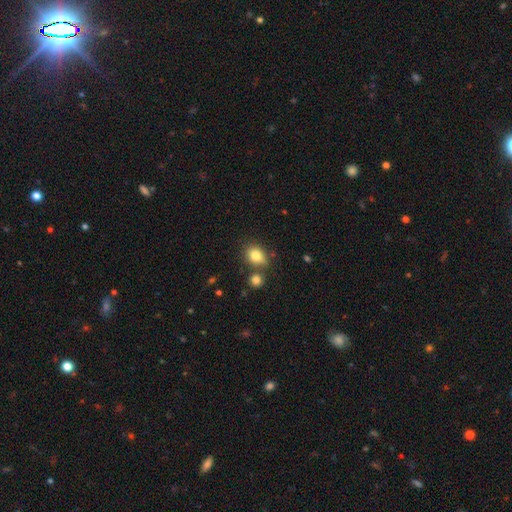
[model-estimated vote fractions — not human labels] Smooth or featured? Predicted: smooth (p=0.81). How rounded? Predicted: in between (p=0.57). Merging? Predicted: none (p=0.65).